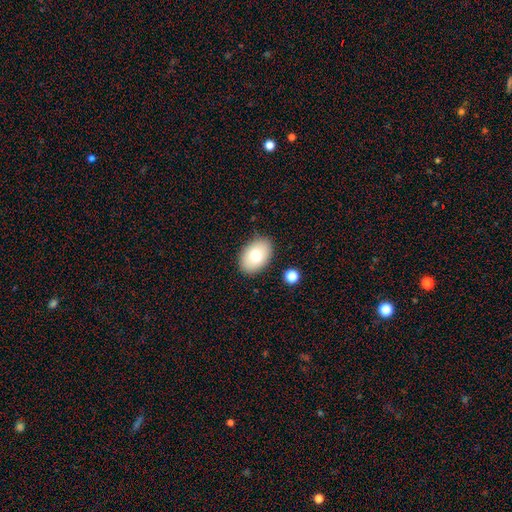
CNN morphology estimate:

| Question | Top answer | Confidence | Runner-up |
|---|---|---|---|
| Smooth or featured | smooth | 75% | featured or disk (17%) |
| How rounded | in between | 86% | round (13%) |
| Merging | none | 87% | minor disturbance (9%) |